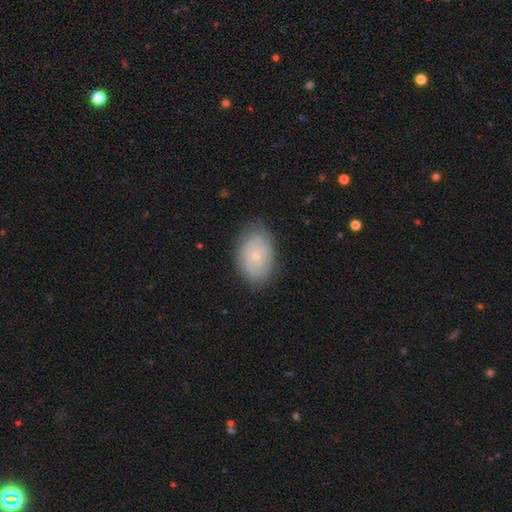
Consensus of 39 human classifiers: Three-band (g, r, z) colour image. It shows a featured or disk galaxy (59%) with no bar (78%), tight (70%) spiral arms (87%) and a small central bulge (57%). Merging: none (69%).